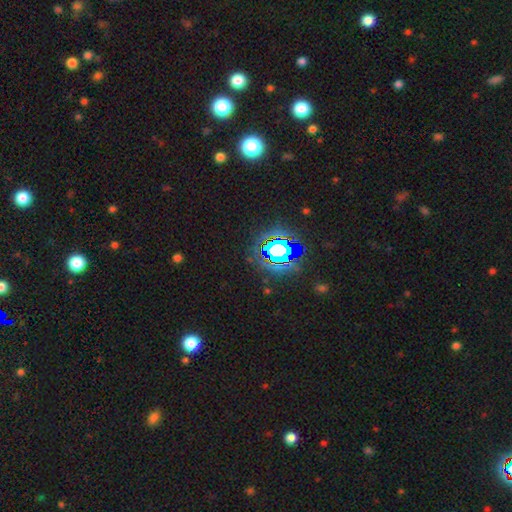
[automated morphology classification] This is clearly a star or artifact rather than a galaxy (81%).